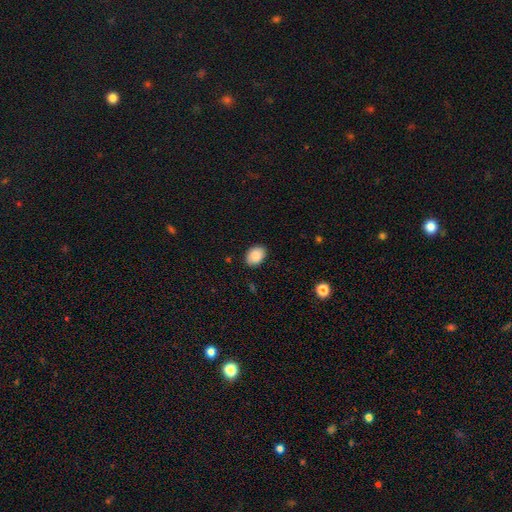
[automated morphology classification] The model was most divided on "how rounded": in between: 75%, round: 24%, cigar-shaped: 1%. More confident: smooth or featured — smooth (89%); merging — none (85%).